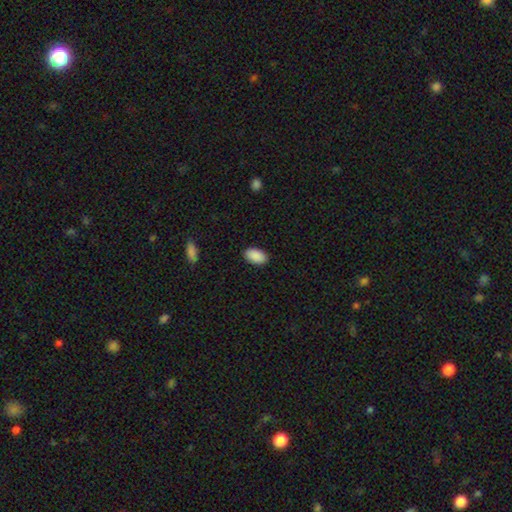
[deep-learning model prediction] This is clearly a smooth galaxy (91%). How rounded: clearly in between (95%). Merging: clearly none (89%).